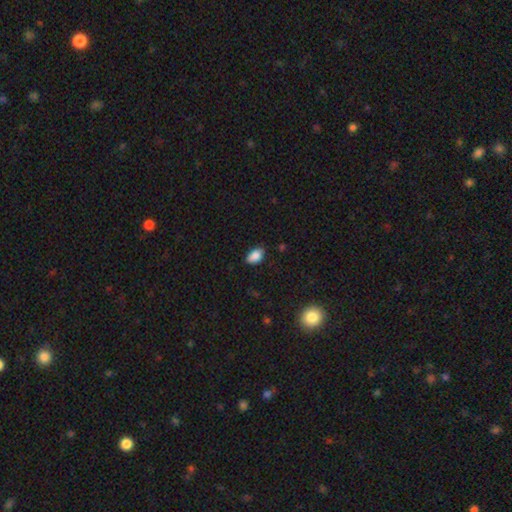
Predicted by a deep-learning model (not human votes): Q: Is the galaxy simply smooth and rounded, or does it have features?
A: smooth — 86%.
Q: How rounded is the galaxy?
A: in between — 91%.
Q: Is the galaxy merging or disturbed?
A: none — 78%.